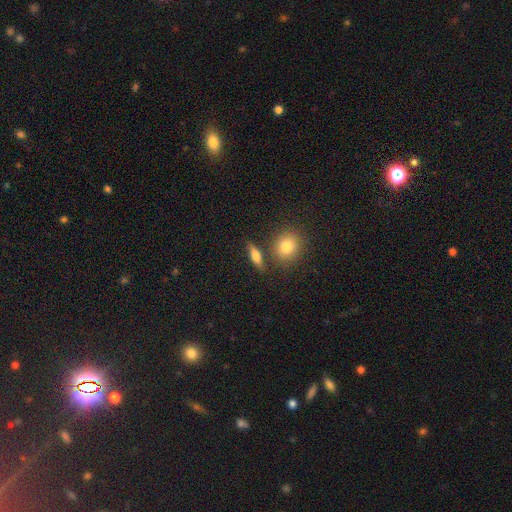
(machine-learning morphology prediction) A smooth galaxy with no disk features (59%) that is in between round and cigar-shaped (45%).

Vote fractions:
- Smooth or featured? smooth: 59% / featured or disk: 32% / star or artifact: 10%
- How rounded? in between: 45% / cigar-shaped: 41% / round: 14%
- Merging? none: 79% / minor disturbance: 10% / merger: 7% / major disturbance: 4%